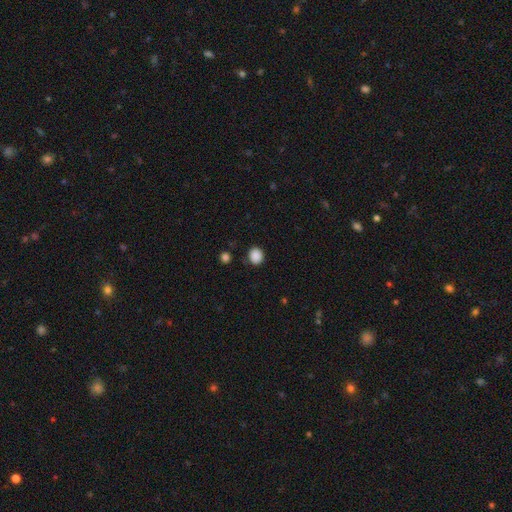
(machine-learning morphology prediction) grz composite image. It shows a smooth galaxy with no disk features (88%) that is round (75%). Merging: none (85%).